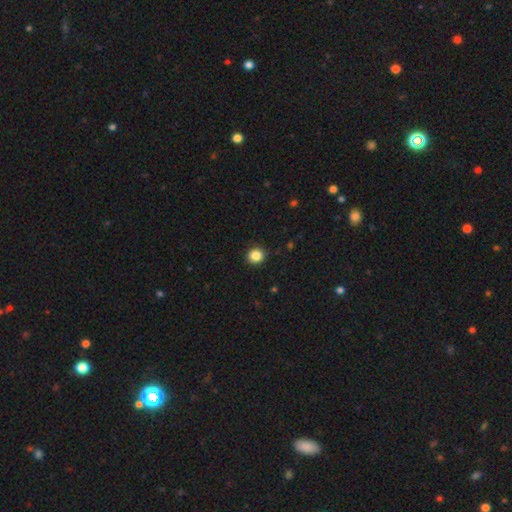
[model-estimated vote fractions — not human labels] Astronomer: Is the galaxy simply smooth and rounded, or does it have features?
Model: smooth — 86%.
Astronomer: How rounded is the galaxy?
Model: round — 91%.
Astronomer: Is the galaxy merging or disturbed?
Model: none — 92%.